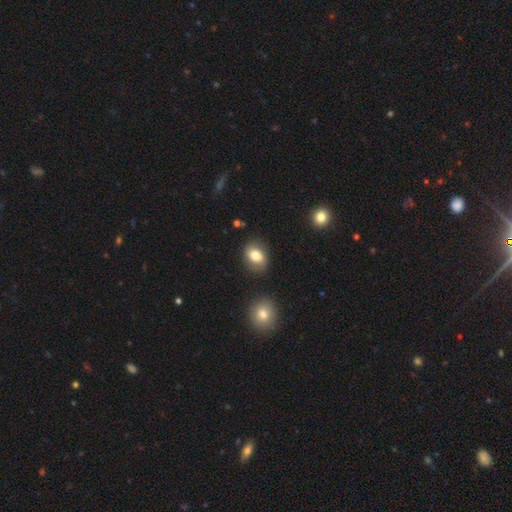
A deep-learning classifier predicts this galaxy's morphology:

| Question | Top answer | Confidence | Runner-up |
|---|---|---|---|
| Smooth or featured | smooth | 78% | featured or disk (14%) |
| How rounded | in between | 62% | round (37%) |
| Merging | none | 83% | minor disturbance (11%) |